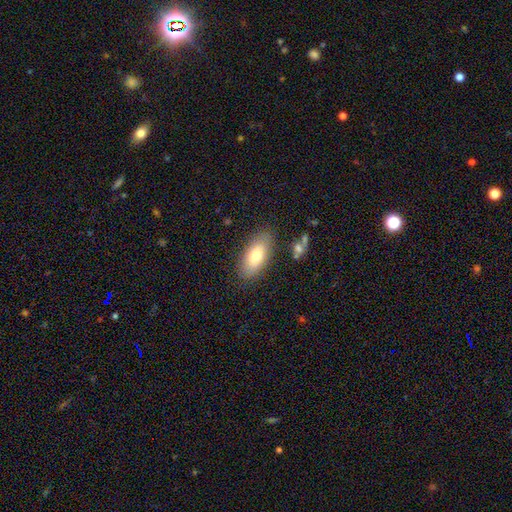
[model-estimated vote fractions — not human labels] smooth_or_featured: smooth (p=0.74) [alt: featured or disk p=0.19]
how_rounded: in between (p=0.86) [alt: cigar-shaped p=0.10]
merging: none (p=0.83) [alt: minor disturbance p=0.12]